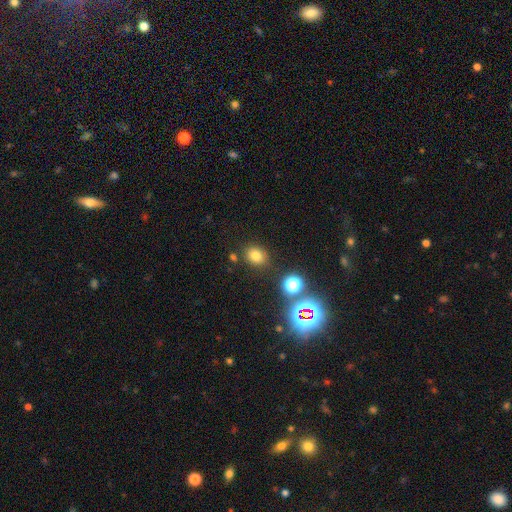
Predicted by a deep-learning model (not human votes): smooth_or_featured: smooth (p=0.73) [alt: star or artifact p=0.19]
how_rounded: round (p=0.58) [alt: in between p=0.41]
merging: none (p=0.82) [alt: minor disturbance p=0.10]